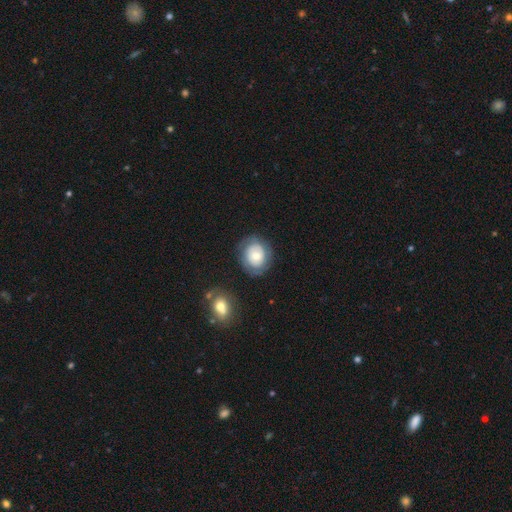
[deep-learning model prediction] This is possibly a smooth galaxy (55%). How rounded: likely round (67%). Merging: likely none (75%).